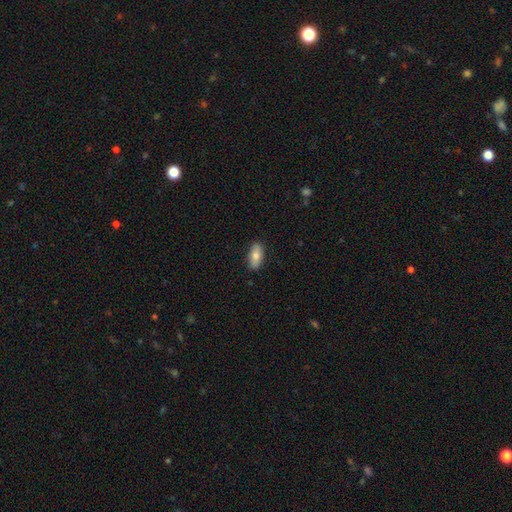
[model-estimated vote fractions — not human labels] This appears to be a smooth galaxy with no disk features (78%) that is in between round and cigar-shaped (84%). Merging: none (88%).